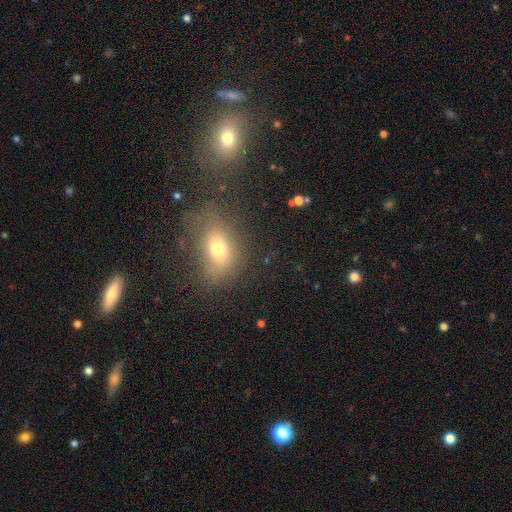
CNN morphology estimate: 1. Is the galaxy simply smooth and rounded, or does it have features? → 56% smooth, 27% star or artifact, 16% featured or disk.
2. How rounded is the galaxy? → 72% in between, 25% round, 4% cigar-shaped.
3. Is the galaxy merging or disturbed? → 71% none, 15% minor disturbance, 9% merger, 6% major disturbance.